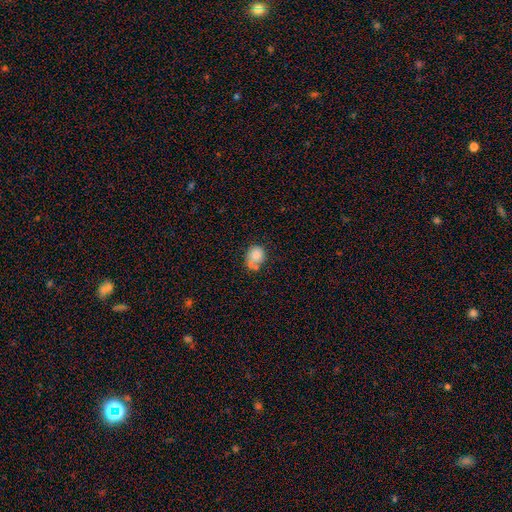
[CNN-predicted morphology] Smooth or featured: smooth — 78% (featured or disk — 13%)
How rounded: in between — 50% (round — 49%)
Merging: none — 39% (minor disturbance — 26%)